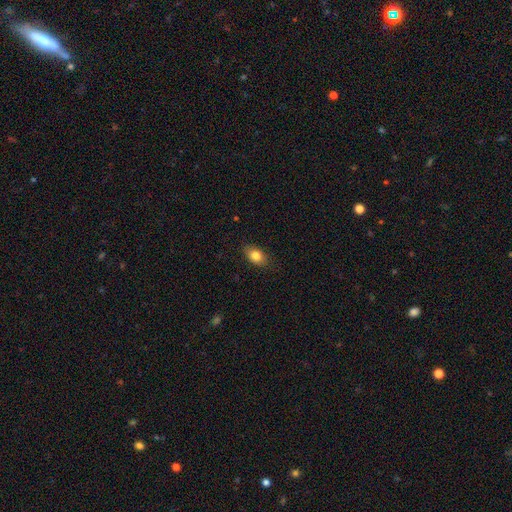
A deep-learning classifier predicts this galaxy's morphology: Q: Smooth or featured?
A: smooth (82%); runner-up: featured or disk (10%)
Q: How rounded?
A: in between (81%); runner-up: round (16%)
Q: Merging?
A: none (82%); runner-up: minor disturbance (14%)